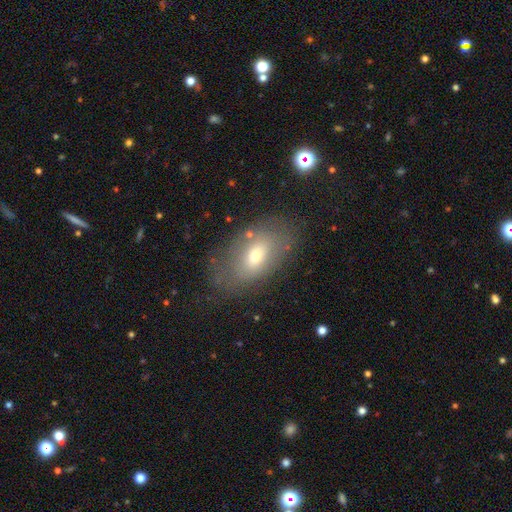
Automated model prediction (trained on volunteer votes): A smooth galaxy with no disk features (59%) that is in between round and cigar-shaped (87%). Merging: none (71%).